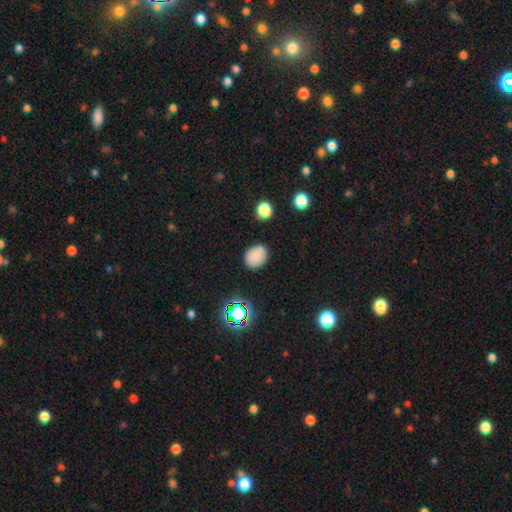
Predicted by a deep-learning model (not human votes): Smooth or featured: smooth — 81% (star or artifact — 12%)
How rounded: round — 50% (in between — 49%)
Merging: none — 84% (minor disturbance — 12%)